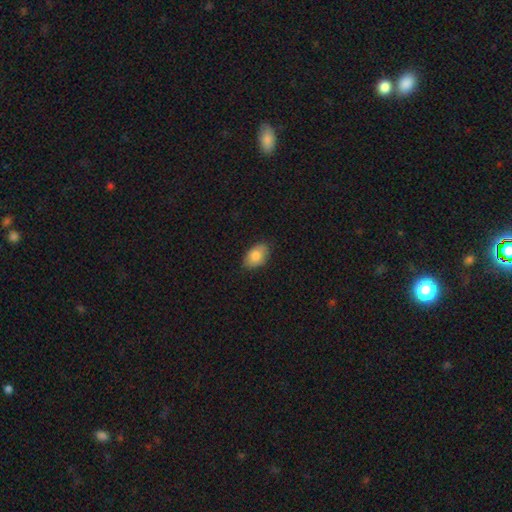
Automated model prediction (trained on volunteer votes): A smooth galaxy with no disk features (81%) that is in between round and cigar-shaped (88%). Merging: none (80%).